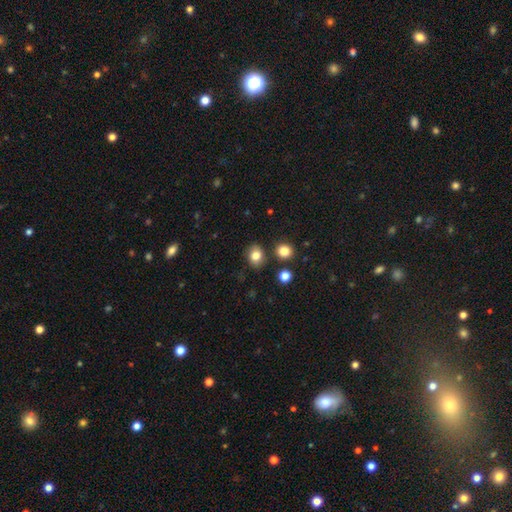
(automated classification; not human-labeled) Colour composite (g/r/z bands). It shows a smooth galaxy with no disk features (81%) that is round (51%). Merging: none (81%).